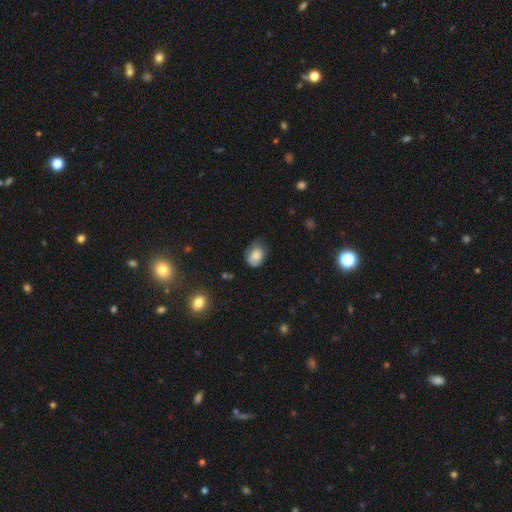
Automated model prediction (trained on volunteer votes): Smooth or featured? Predicted: smooth (p=0.80). How rounded? Predicted: in between (p=0.64). Merging? Predicted: none (p=0.54).